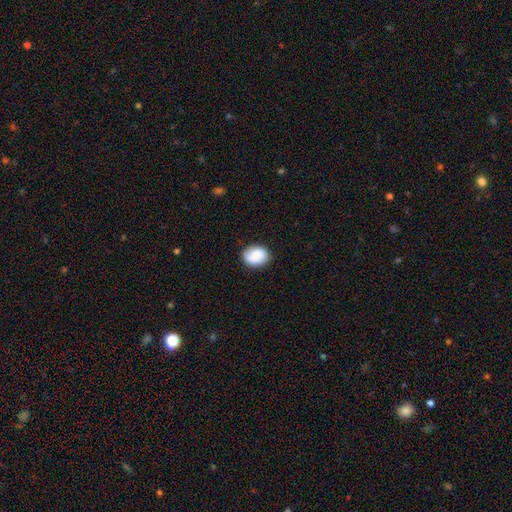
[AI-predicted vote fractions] Smooth or featured? smooth (80%)
How rounded? in between (61%)
Merging? none (82%)